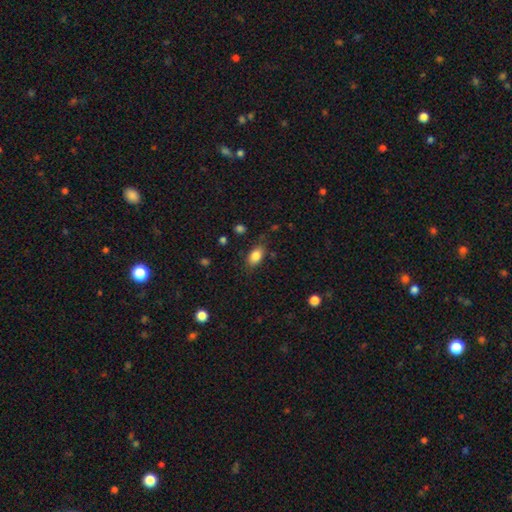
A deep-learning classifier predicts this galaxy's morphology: smooth 84%, star or artifact 8%, featured or disk 7%. Down the decision tree: how rounded — in between (89%); merging — none (78%).